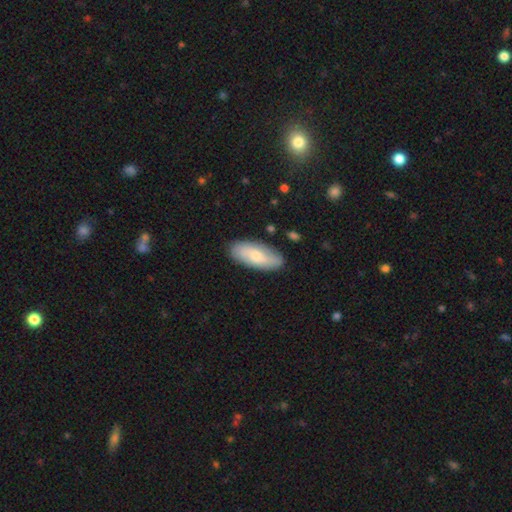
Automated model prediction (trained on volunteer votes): The model was most divided on "smooth or featured": smooth: 60%, featured or disk: 34%, star or artifact: 6%. More confident: merging — none (85%); how rounded — in between (82%).